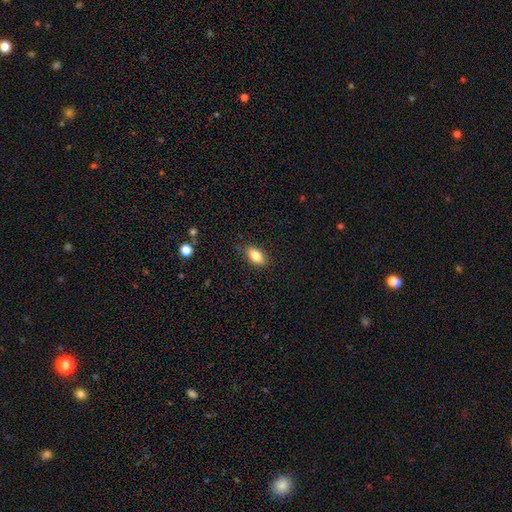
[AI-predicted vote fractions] Q: Smooth or featured?
A: smooth (84%); runner-up: star or artifact (8%)
Q: How rounded?
A: in between (89%); runner-up: round (7%)
Q: Merging?
A: none (84%); runner-up: minor disturbance (12%)